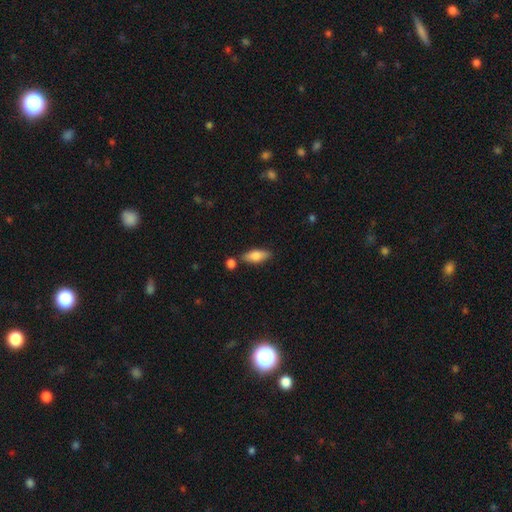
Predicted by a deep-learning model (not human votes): Smooth or featured? Predicted: smooth (p=0.76). How rounded? Predicted: in between (p=0.74). Merging? Predicted: none (p=0.77).